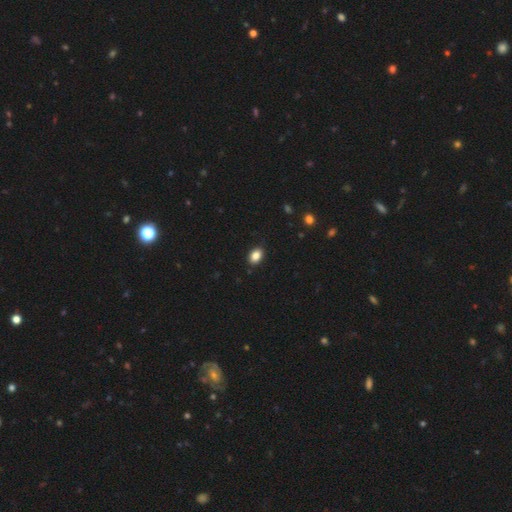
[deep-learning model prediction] Smooth or featured? smooth (86%)
How rounded? in between (80%)
Merging? none (88%)